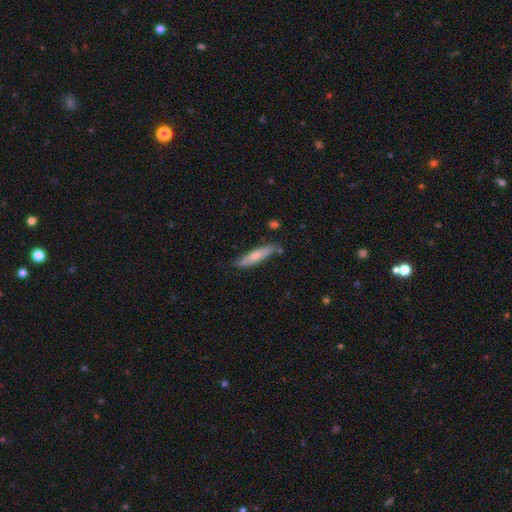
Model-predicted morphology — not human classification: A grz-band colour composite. It shows a smooth galaxy with no disk features (67%) that is cigar-shaped (83%). Merging: none (78%).